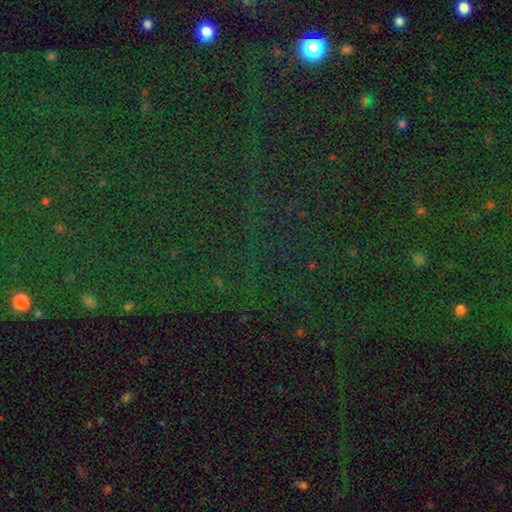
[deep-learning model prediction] Smooth or featured? star or artifact (82%)